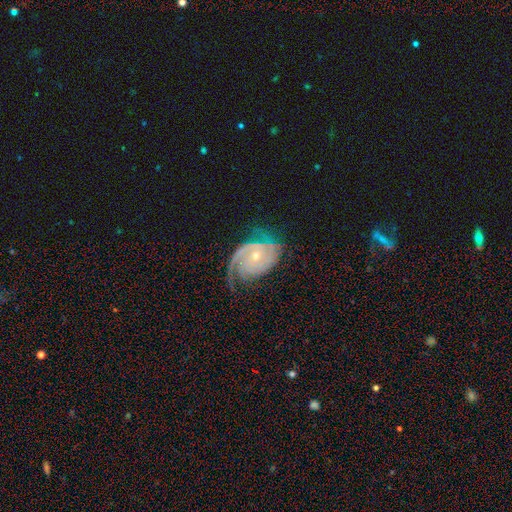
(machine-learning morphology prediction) This is clearly a featured or disk galaxy (85%). It is clearly not viewed edge-on (97%). Bar: likely no (74%). Spiral arm pattern: clearly yes (96%). Spiral arm count: marginally 2 (41%). Spiral winding: likely tight (61%). Central bulge: possibly small (60%). Merging: possibly none (60%).